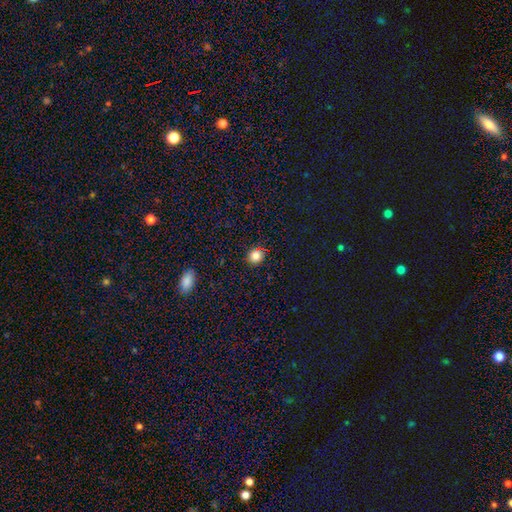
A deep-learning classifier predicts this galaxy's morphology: Smooth or featured? smooth (79%)
How rounded? round (88%)
Merging? none (88%)